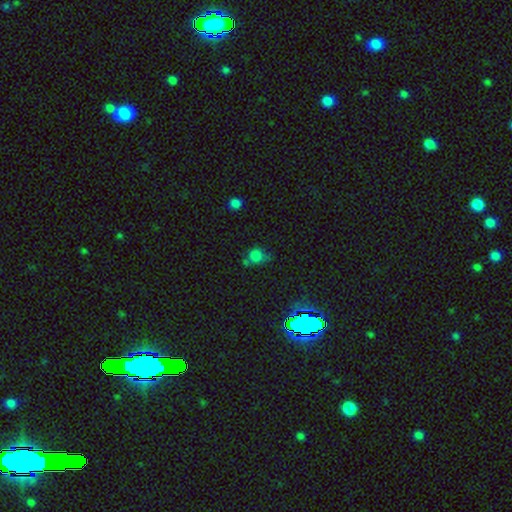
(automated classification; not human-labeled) Morphology: type=smooth (73%); roundness=round (75%); merging=none (51%).